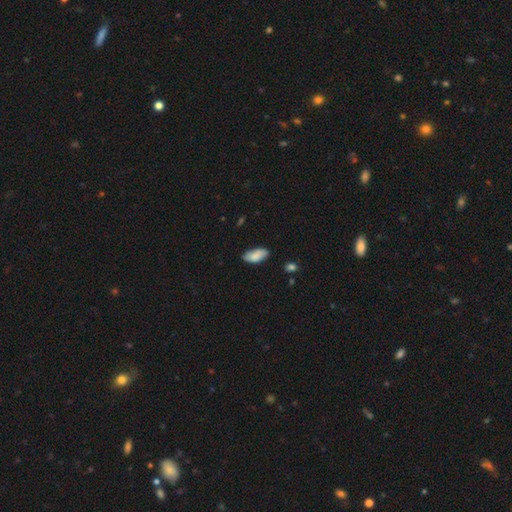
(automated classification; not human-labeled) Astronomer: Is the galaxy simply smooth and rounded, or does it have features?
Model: smooth — 83%.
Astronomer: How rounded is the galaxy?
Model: in between — 90%.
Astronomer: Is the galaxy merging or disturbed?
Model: none — 75%.